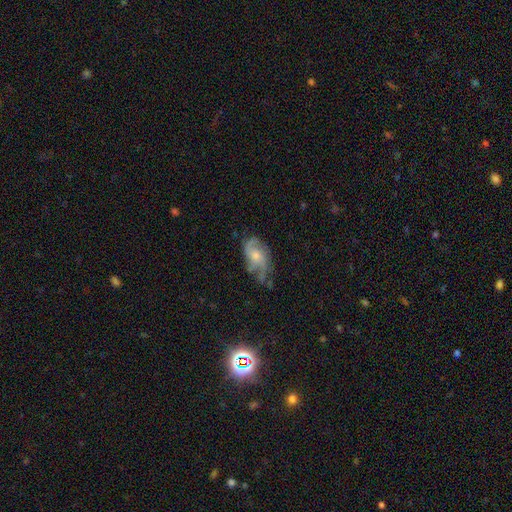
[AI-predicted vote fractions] smooth_or_featured: featured or disk (p=0.72) [alt: smooth p=0.21]
disk_edge_on: no (p=0.96) [alt: yes p=0.04]
bar: no (p=0.69) [alt: weak p=0.27]
has_spiral_arms: yes (p=0.90) [alt: no p=0.10]
spiral_winding: medium (p=0.45) [alt: loose p=0.33]
spiral_arm_count: 2 (p=0.43) [alt: 3 p=0.23]
bulge_size: moderate (p=0.46) [alt: small p=0.41]
merging: none (p=0.48) [alt: minor disturbance p=0.29]